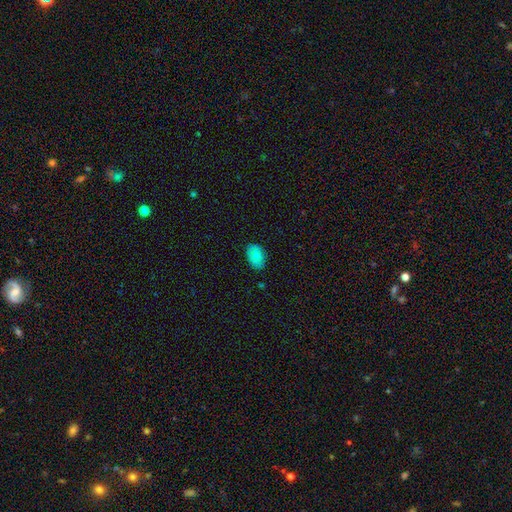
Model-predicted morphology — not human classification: A smooth galaxy with no disk features (78%) that is in between round and cigar-shaped (85%).

Vote fractions:
- Smooth or featured? smooth: 78% / featured or disk: 15% / star or artifact: 8%
- How rounded? in between: 85% / round: 13% / cigar-shaped: 1%
- Merging? none: 83% / minor disturbance: 13% / major disturbance: 2% / merger: 1%